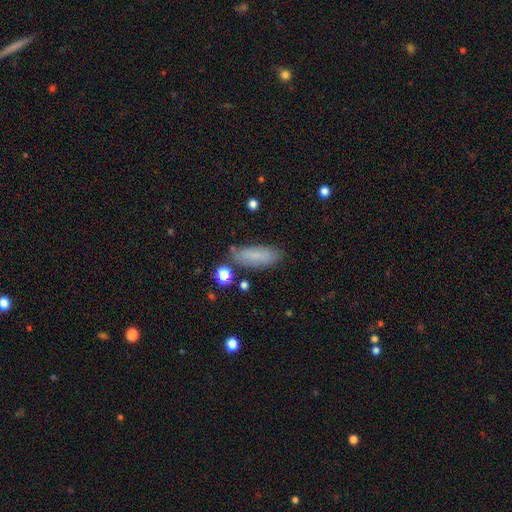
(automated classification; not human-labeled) Smooth or featured: smooth — 79% (featured or disk — 13%)
How rounded: in between — 65% (cigar-shaped — 32%)
Merging: none — 73% (minor disturbance — 17%)